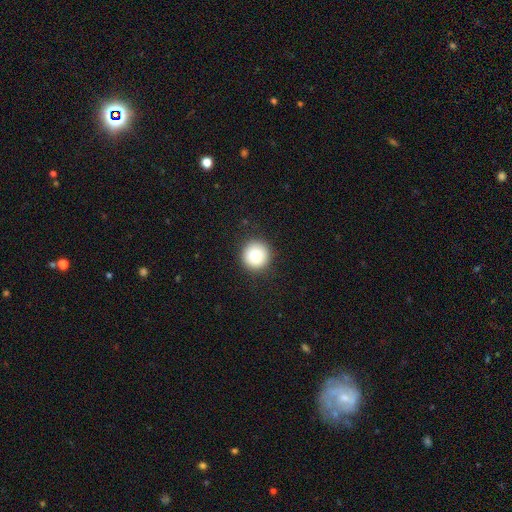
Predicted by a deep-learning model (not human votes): Smooth or featured: smooth — 83% (star or artifact — 9%)
How rounded: round — 95% (in between — 4%)
Merging: none — 90% (minor disturbance — 7%)